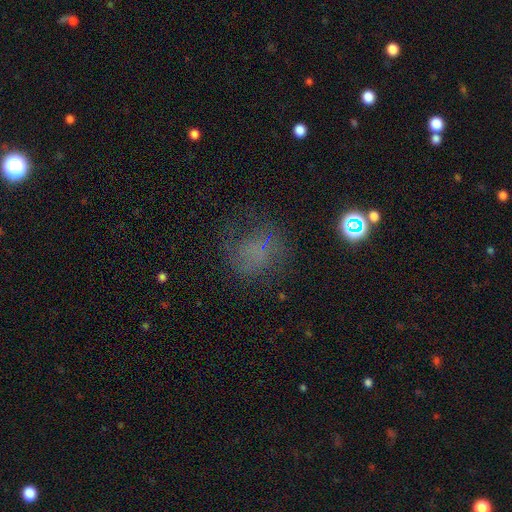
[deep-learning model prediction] Smooth or featured?
  - smooth: 49% *
  - featured or disk: 26%
  - star or artifact: 25%
Merging?
  - none: 56% *
  - major disturbance: 21%
  - minor disturbance: 20%
  - merger: 2%